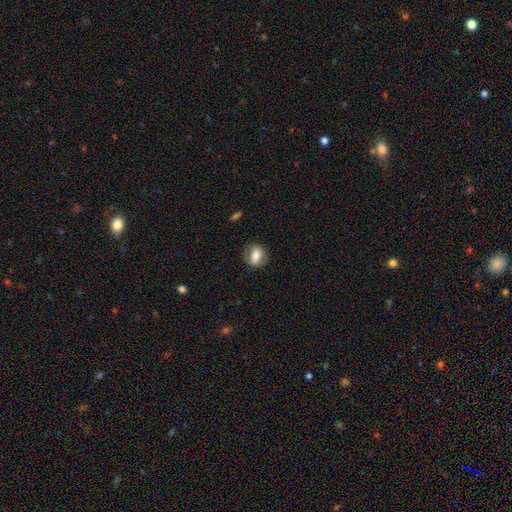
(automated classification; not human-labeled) Q: Smooth or featured?
A: smooth (58%); runner-up: featured or disk (33%)
Q: How rounded?
A: in between (56%); runner-up: round (40%)
Q: Merging?
A: none (78%); runner-up: minor disturbance (15%)